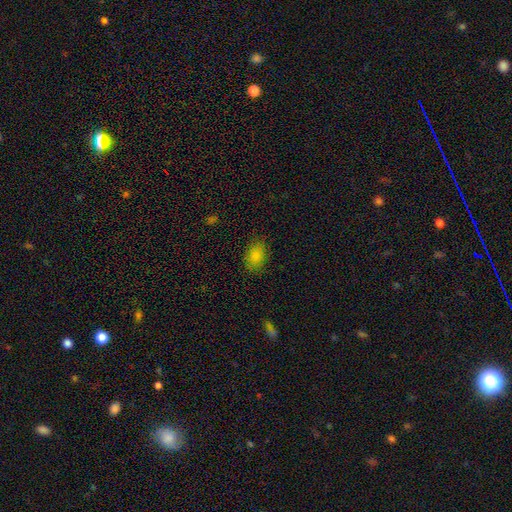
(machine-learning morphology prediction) Smooth or featured? smooth (84%)
How rounded? in between (82%)
Merging? none (82%)